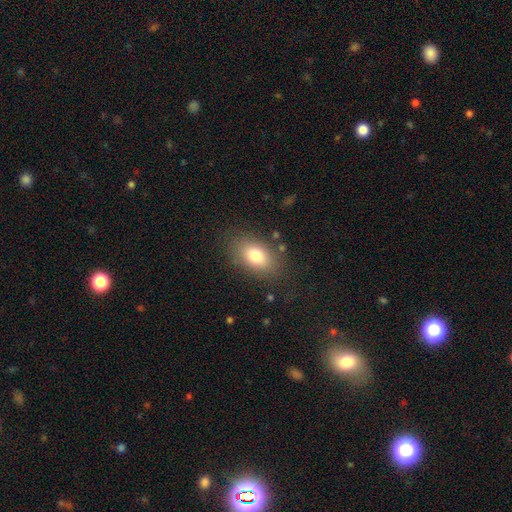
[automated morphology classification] This appears to be a smooth galaxy with no disk features (78%) that is in between round and cigar-shaped (85%). Merging: none (81%).